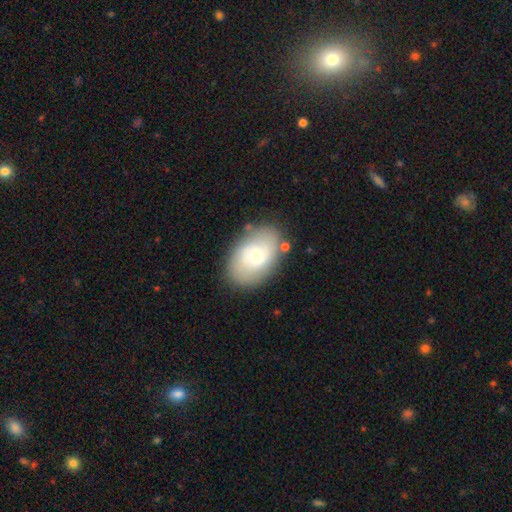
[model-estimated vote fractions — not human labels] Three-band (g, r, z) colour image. It shows a featured or disk galaxy (49%). Merging: none (77%).